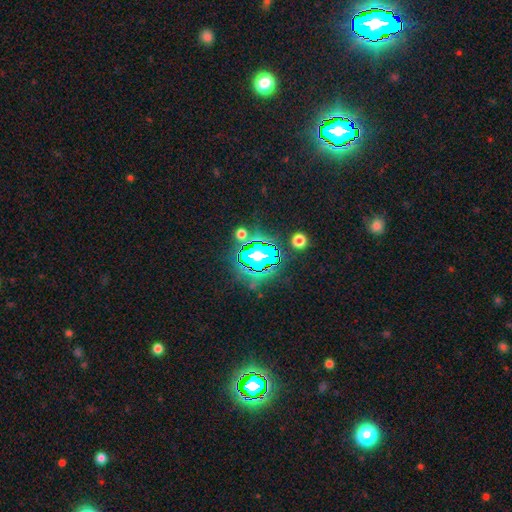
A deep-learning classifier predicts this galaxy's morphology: This appears to be a star or artifact, not a galaxy (82%).